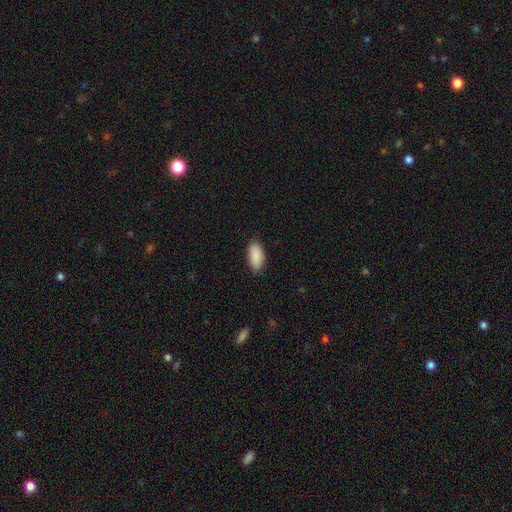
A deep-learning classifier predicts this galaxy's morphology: smooth-or-featured: smooth: 91% | star or artifact: 6% | featured or disk: 3%
  how-rounded: in between: 93% | cigar-shaped: 5% | round: 2%
  merging: none: 88% | minor disturbance: 10% | major disturbance: 2% | merger: 1%